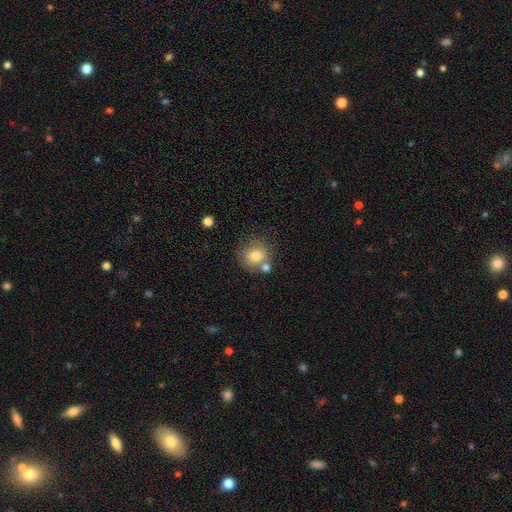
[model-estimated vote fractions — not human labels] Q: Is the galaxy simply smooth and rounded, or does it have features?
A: smooth — 76%.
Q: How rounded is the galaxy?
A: round — 85%.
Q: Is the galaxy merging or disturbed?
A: none — 63%.